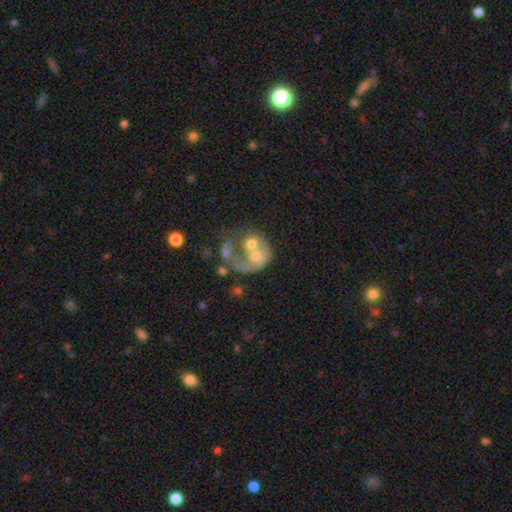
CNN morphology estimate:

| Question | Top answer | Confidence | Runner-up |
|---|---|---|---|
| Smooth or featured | featured or disk | 61% | smooth (30%) |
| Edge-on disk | no | 98% | yes (2%) |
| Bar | no | 87% | weak (11%) |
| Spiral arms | no | 63% | yes (37%) |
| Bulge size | moderate | 48% | small (24%) |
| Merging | merger | 54% | major disturbance (23%) |